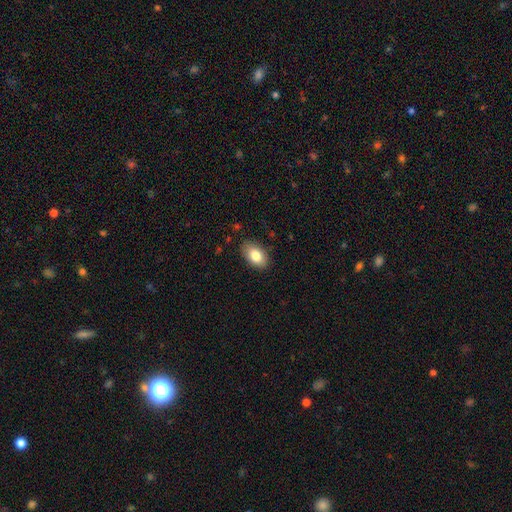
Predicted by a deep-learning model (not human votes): This appears to be a smooth galaxy with no disk features (83%) that is in between round and cigar-shaped (91%). Merging: none (84%).